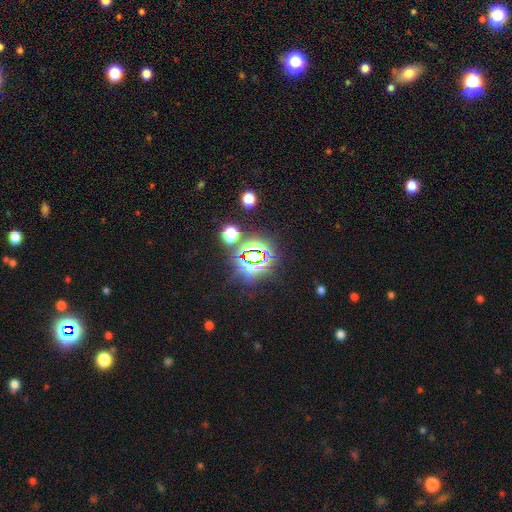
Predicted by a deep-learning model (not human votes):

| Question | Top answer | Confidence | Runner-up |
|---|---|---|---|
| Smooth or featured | star or artifact | 75% | smooth (16%) |